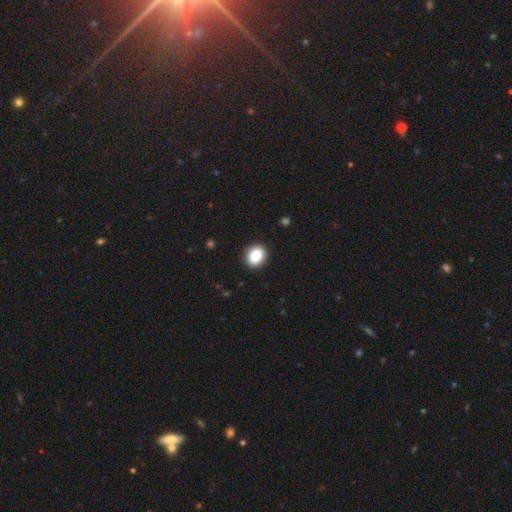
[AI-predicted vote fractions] This appears to be a smooth galaxy with no disk features (87%) that is round (63%). Merging: none (91%).